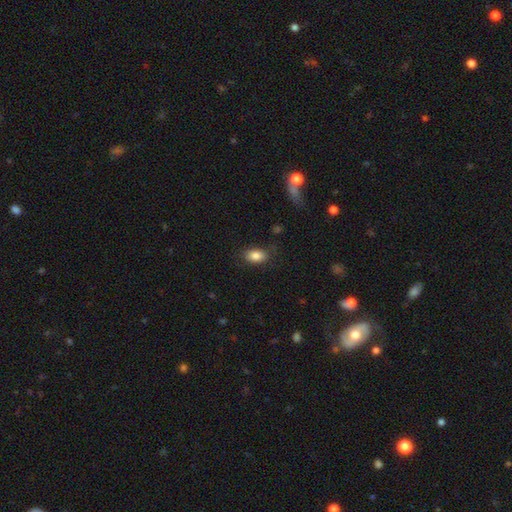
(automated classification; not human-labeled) Smooth or featured? smooth (85%)
How rounded? in between (88%)
Merging? none (81%)